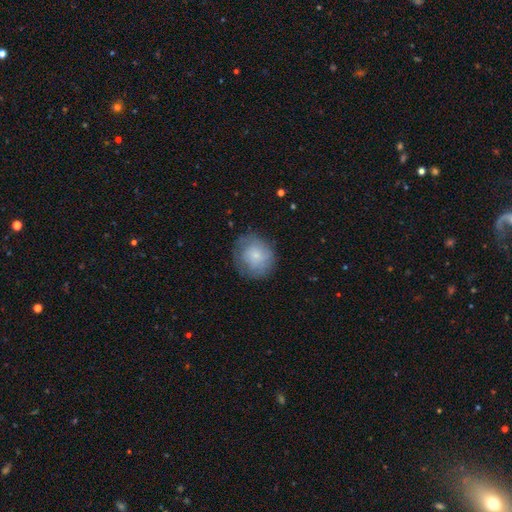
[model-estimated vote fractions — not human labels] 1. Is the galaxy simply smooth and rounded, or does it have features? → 68% smooth, 24% featured or disk, 8% star or artifact.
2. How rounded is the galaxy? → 81% round, 18% in between, 1% cigar-shaped.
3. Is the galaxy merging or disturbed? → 74% none, 18% minor disturbance, 7% major disturbance, 1% merger.